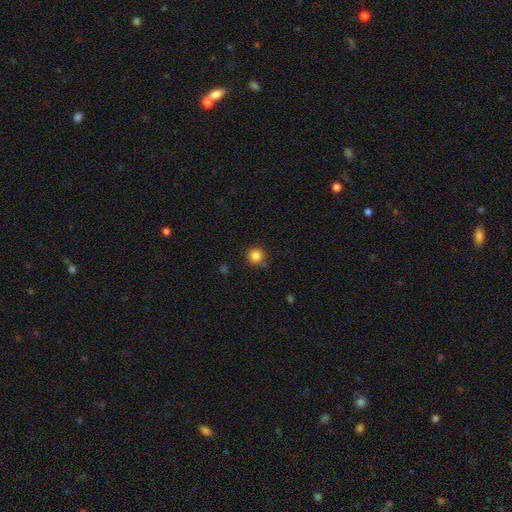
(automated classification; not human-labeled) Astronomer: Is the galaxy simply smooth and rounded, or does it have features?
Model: smooth — 84%.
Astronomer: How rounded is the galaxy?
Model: round — 94%.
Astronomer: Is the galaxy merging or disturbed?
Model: none — 82%.